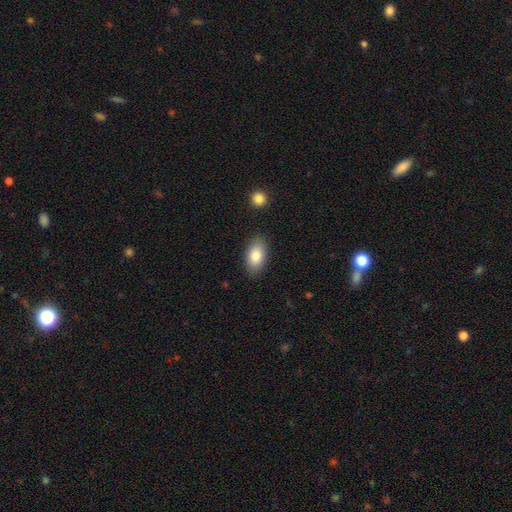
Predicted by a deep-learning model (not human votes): smooth_or_featured: smooth (p=0.83) [alt: featured or disk p=0.10]
how_rounded: in between (p=0.92) [alt: round p=0.05]
merging: none (p=0.85) [alt: minor disturbance p=0.10]